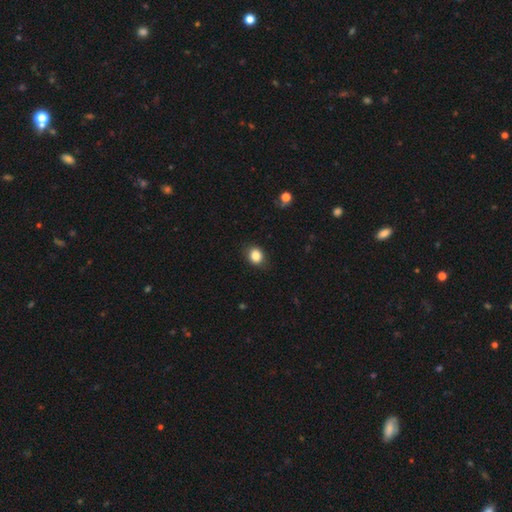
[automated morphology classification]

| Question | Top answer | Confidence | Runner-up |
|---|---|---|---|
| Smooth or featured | smooth | 85% | star or artifact (10%) |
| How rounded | round | 59% | in between (40%) |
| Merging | none | 85% | minor disturbance (11%) |